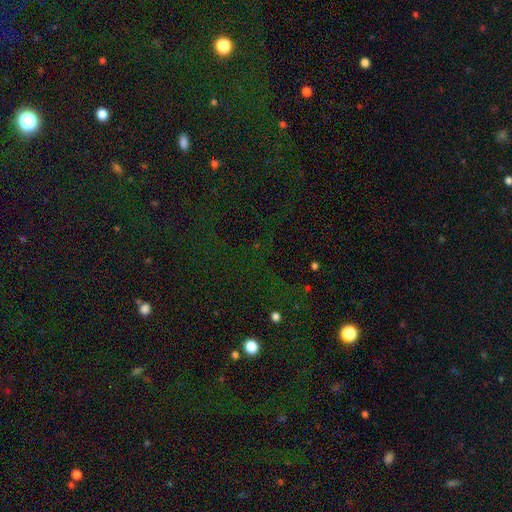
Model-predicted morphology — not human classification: This appears to be a star or artifact, not a galaxy (73%).